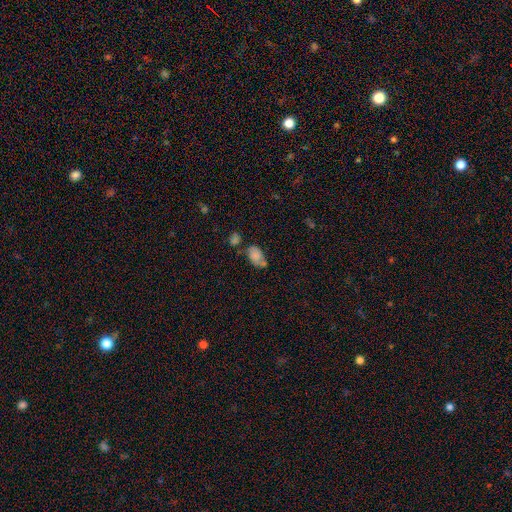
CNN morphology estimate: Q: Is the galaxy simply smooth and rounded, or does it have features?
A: smooth — 78%.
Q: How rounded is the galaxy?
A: in between — 86%.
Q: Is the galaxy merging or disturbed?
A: none — 42%.